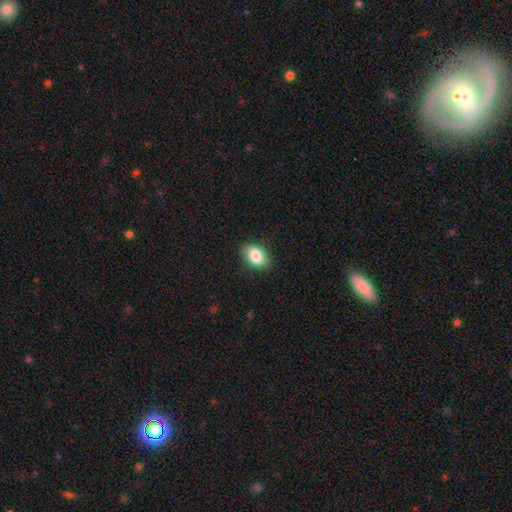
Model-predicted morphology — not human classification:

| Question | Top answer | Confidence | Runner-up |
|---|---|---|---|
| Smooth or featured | smooth | 86% | star or artifact (7%) |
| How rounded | in between | 87% | round (12%) |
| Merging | none | 86% | minor disturbance (11%) |